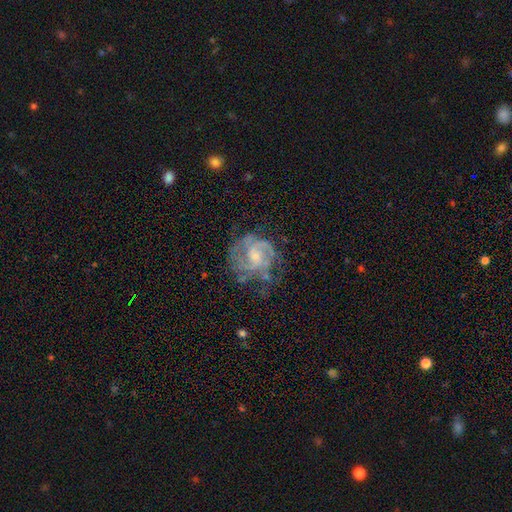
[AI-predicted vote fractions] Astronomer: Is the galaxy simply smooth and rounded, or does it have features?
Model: featured or disk — 84%.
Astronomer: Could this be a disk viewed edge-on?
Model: no — 98%.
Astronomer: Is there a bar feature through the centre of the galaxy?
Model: no — 52% (runner-up: weak, 41%).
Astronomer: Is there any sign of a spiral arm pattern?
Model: yes — 94%.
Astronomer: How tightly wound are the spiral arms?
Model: medium — 45% (runner-up: tight, 44%).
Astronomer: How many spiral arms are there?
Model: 2 — 42% (runner-up: 3, 23%).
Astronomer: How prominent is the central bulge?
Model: small — 55% (runner-up: moderate, 35%).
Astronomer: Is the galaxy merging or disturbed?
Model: none — 63%.